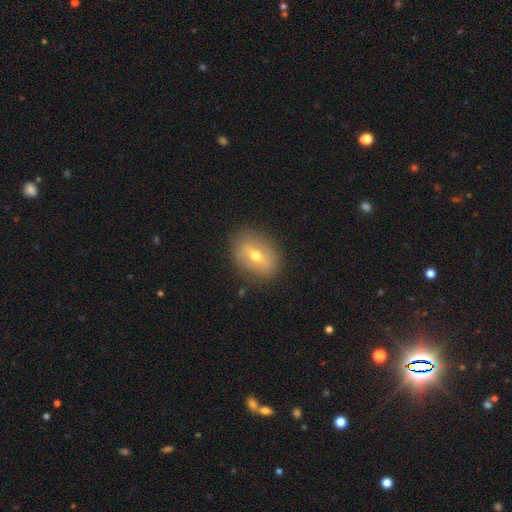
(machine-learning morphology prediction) type=smooth (51%); roundness=in between (59%); merging=none (85%).